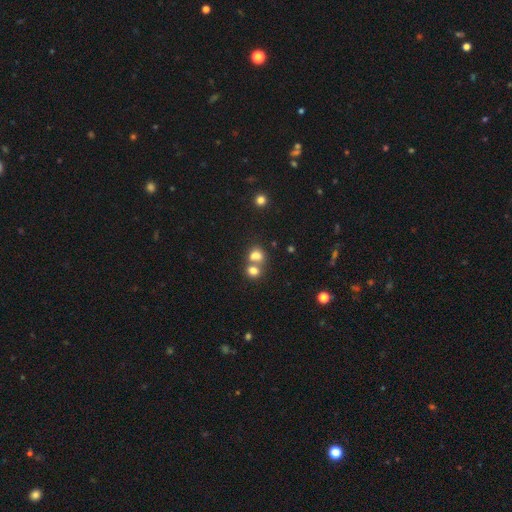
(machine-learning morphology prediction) smooth-or-featured: smooth: 75% | star or artifact: 14% | featured or disk: 11%
  how-rounded: round: 52% | in between: 47% | cigar-shaped: 1%
  merging: merger: 56% | none: 32% | minor disturbance: 7% | major disturbance: 4%